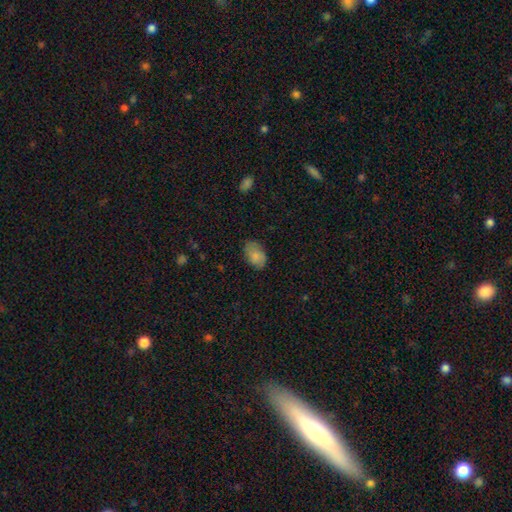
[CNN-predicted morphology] Q: Smooth or featured?
A: smooth (82%); runner-up: featured or disk (11%)
Q: How rounded?
A: in between (90%); runner-up: round (9%)
Q: Merging?
A: none (74%); runner-up: minor disturbance (20%)